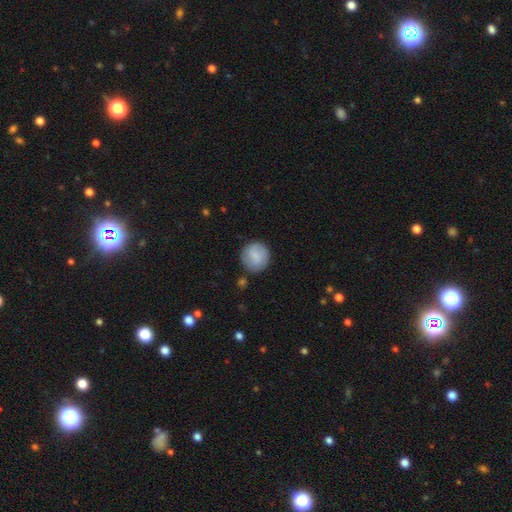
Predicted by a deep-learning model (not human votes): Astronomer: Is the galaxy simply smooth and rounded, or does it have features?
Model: smooth — 77%.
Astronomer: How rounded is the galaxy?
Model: round — 93%.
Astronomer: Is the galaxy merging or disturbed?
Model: none — 82%.